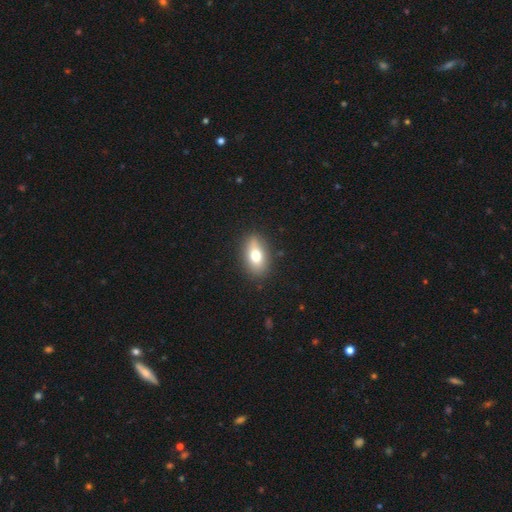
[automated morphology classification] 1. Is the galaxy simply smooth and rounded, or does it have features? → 73% smooth, 19% featured or disk, 8% star or artifact.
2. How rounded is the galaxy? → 85% in between, 9% round, 6% cigar-shaped.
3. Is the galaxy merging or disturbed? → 83% none, 12% minor disturbance, 3% major disturbance, 1% merger.